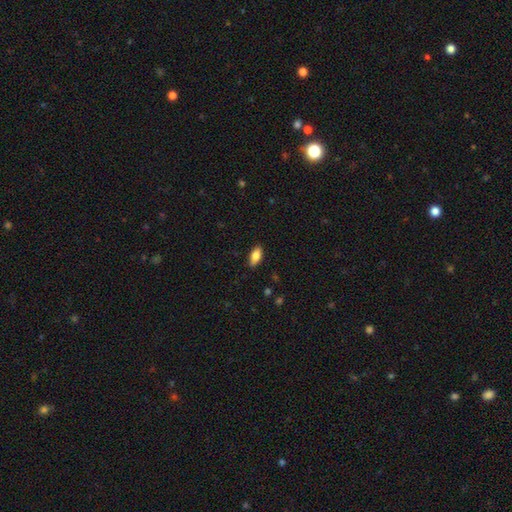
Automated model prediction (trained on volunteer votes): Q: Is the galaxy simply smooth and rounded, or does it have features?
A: smooth — 79%.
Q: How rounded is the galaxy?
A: in between — 87%.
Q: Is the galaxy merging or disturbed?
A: none — 87%.